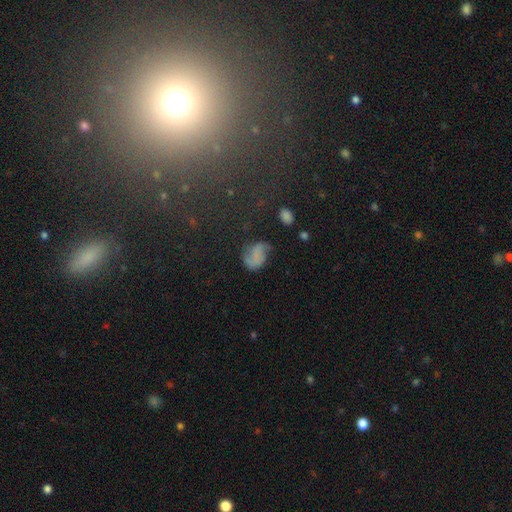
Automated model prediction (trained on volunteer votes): Q: Smooth or featured?
A: smooth (48%); runner-up: featured or disk (37%)
Q: Merging?
A: none (46%); runner-up: minor disturbance (30%)